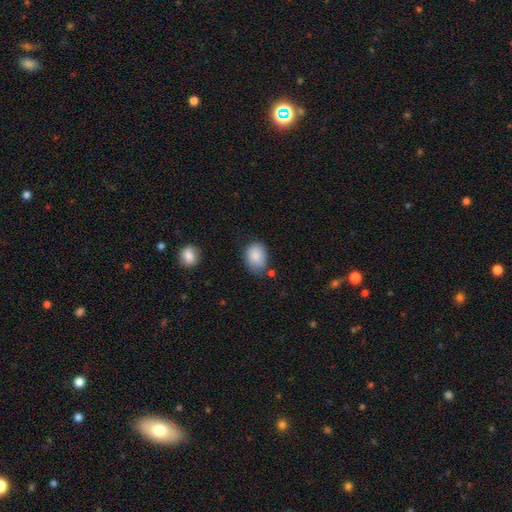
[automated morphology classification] A smooth galaxy with no disk features (87%) that is in between round and cigar-shaped (70%).

Vote fractions:
- Smooth or featured? smooth: 87% / star or artifact: 7% / featured or disk: 6%
- How rounded? in between: 70% / round: 29% / cigar-shaped: 1%
- Merging? none: 61% / minor disturbance: 28% / major disturbance: 6% / merger: 5%